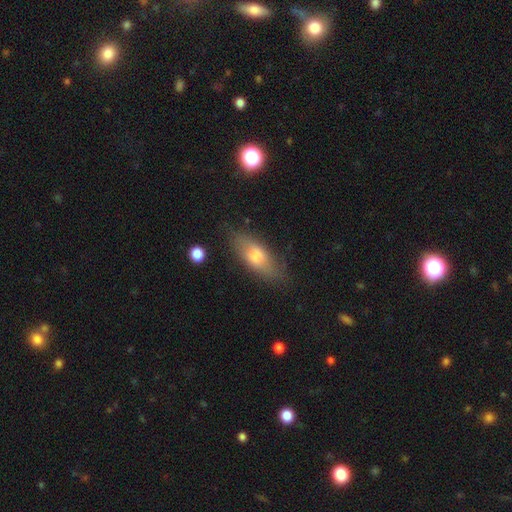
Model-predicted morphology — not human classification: smooth_or_featured: smooth (p=0.66) [alt: featured or disk p=0.27]
how_rounded: in between (p=0.69) [alt: cigar-shaped p=0.27]
merging: none (p=0.76) [alt: minor disturbance p=0.17]